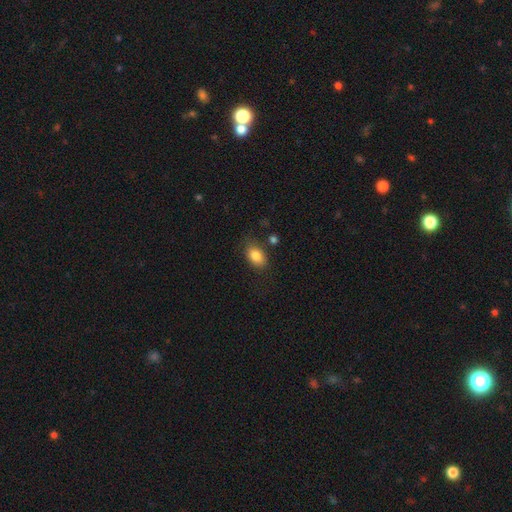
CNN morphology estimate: Smooth or featured? Predicted: smooth (p=0.85). How rounded? Predicted: in between (p=0.85). Merging? Predicted: none (p=0.73).